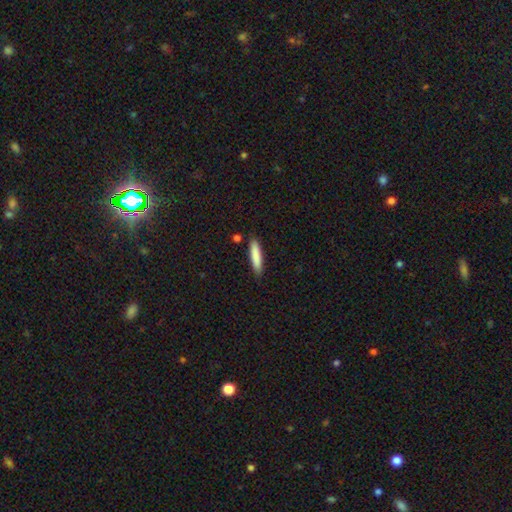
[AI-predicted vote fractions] smooth_or_featured: smooth (p=0.84) [alt: featured or disk p=0.10]
how_rounded: cigar-shaped (p=0.83) [alt: in between p=0.16]
merging: none (p=0.85) [alt: minor disturbance p=0.10]